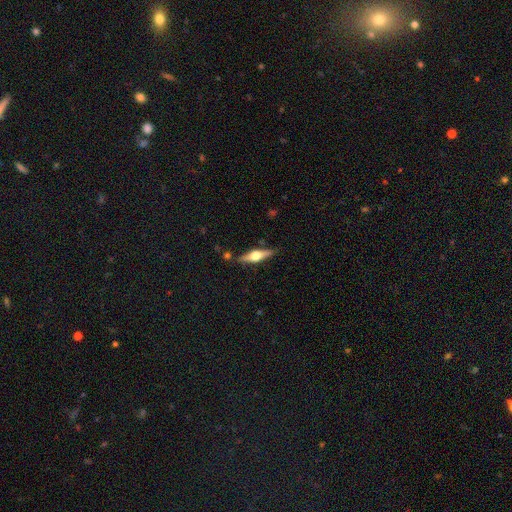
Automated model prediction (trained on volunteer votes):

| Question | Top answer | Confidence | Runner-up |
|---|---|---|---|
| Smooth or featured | featured or disk | 67% | smooth (27%) |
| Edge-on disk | yes | 95% | no (5%) |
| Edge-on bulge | rounded | 93% | boxy (5%) |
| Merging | none | 84% | minor disturbance (11%) |